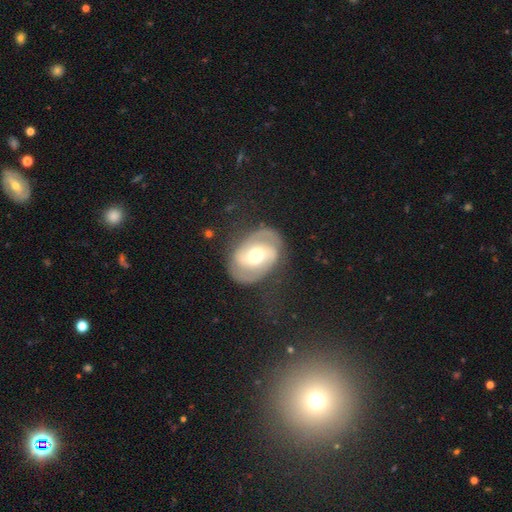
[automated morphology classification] This appears to be a featured or disk galaxy (80%) with no bar (38%), 2 (88%) medium (46%) spiral arms (88%) and a moderate central bulge (72%). Merging: none (77%).